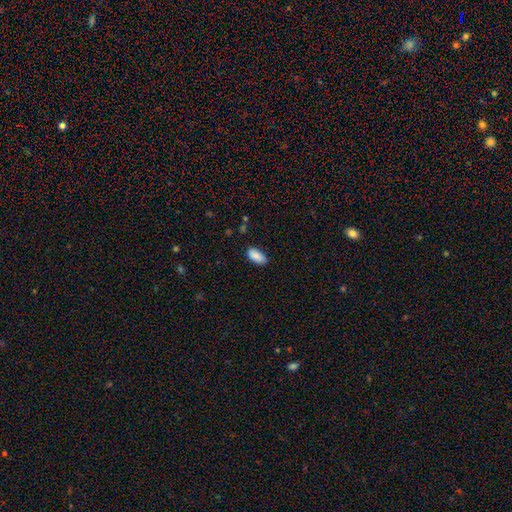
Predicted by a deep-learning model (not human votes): Smooth or featured: smooth — 87% (star or artifact — 7%)
How rounded: in between — 91% (cigar-shaped — 6%)
Merging: none — 83% (minor disturbance — 13%)